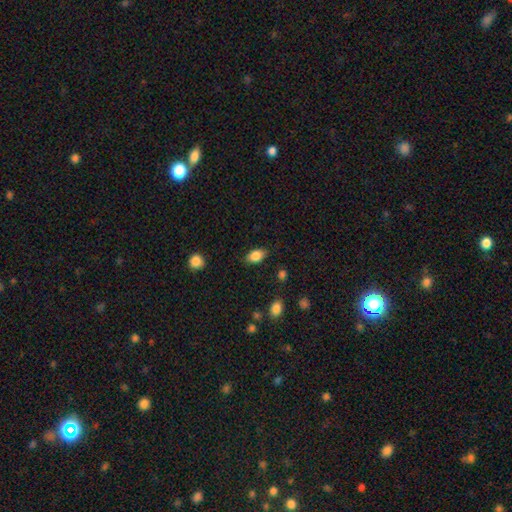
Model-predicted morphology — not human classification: Overall: smooth (86%). How rounded: in between (89%). Merging: none (83%).